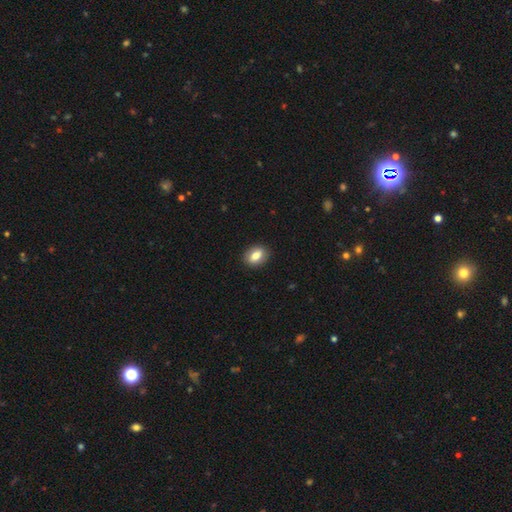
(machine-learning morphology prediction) Overall: smooth (79%). How rounded: in between (75%). Merging: none (89%).